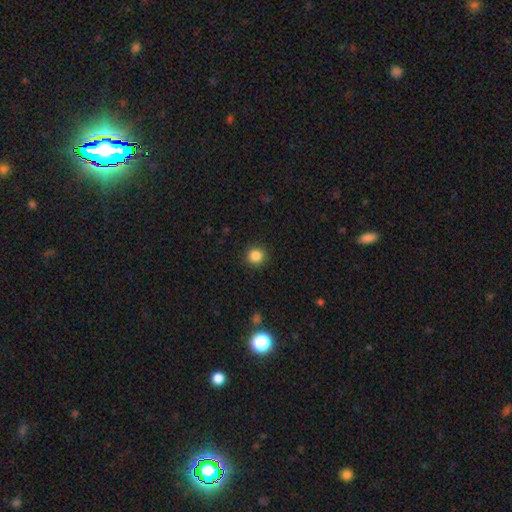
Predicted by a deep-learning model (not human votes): The model was most divided on "smooth or featured": smooth: 86%, star or artifact: 11%, featured or disk: 3%. More confident: how rounded — round (93%); merging — none (91%).